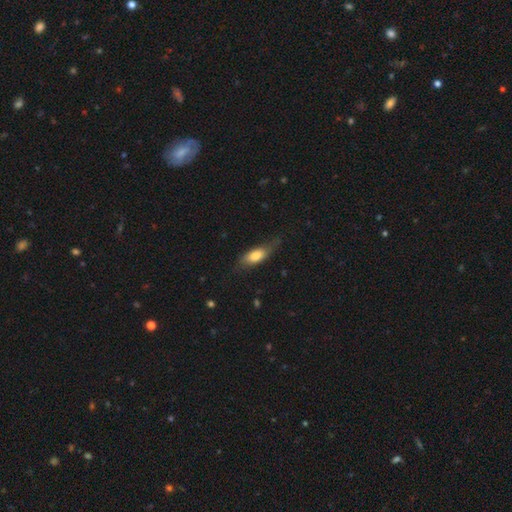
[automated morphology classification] Smooth or featured? Predicted: smooth (p=0.72). How rounded? Predicted: in between (p=0.75). Merging? Predicted: none (p=0.59).